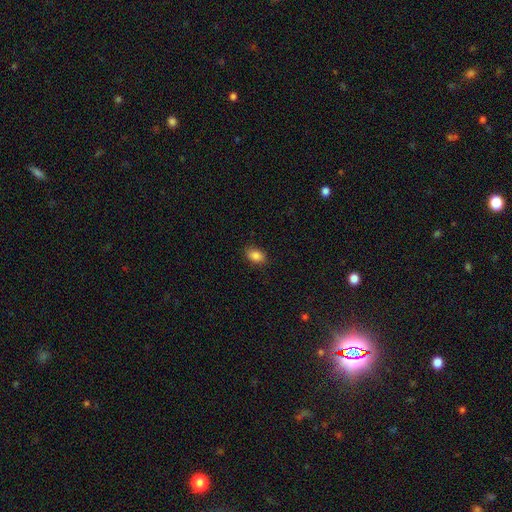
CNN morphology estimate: Overall: smooth (86%). How rounded: in between (84%). Merging: none (86%).